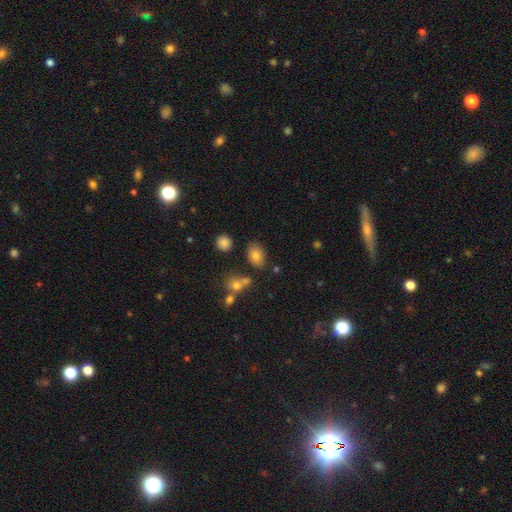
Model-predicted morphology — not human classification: Smooth or featured? smooth (80%)
How rounded? in between (81%)
Merging? none (75%)